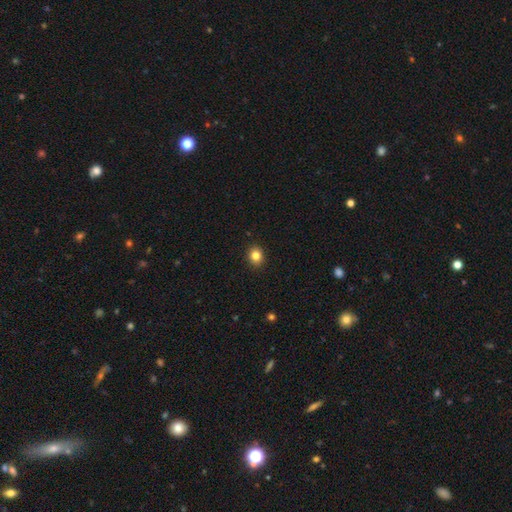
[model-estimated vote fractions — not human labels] A smooth galaxy with no disk features (84%) that is round (71%). Merging: none (91%).